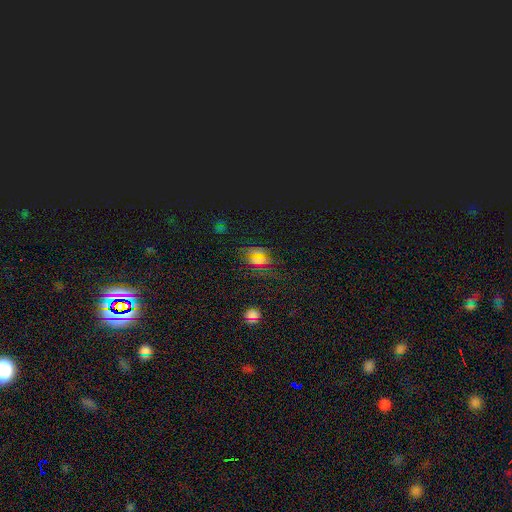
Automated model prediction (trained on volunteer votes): star or artifact 60%, smooth 25%, featured or disk 15%.